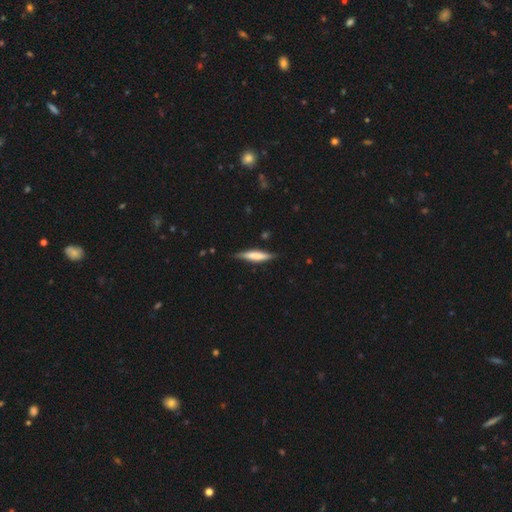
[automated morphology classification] This is possibly a smooth galaxy (57%). How rounded: clearly cigar-shaped (85%). Merging: clearly none (81%).